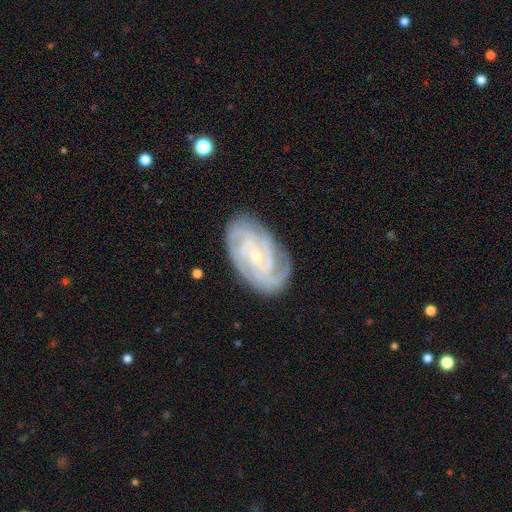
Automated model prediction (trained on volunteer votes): Smooth or featured? featured or disk (86%)
Edge-on disk? no (96%)
Bar? no (55%)
Spiral arms? yes (97%)
Spiral winding? tight (71%)
Spiral arm count? 3 (27%)
Bulge size? small (77%)
Merging? none (79%)